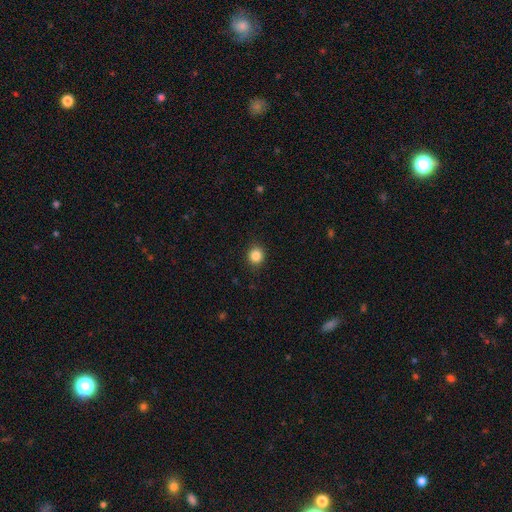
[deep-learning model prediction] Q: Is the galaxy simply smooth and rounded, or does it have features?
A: smooth — 86%.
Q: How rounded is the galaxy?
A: round — 86%.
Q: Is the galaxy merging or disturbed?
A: none — 90%.